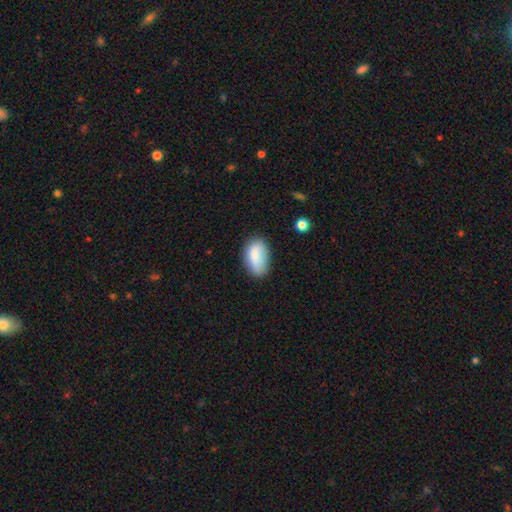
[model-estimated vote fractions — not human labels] This appears to be a smooth galaxy with no disk features (84%) that is in between round and cigar-shaped (93%). Merging: none (70%).